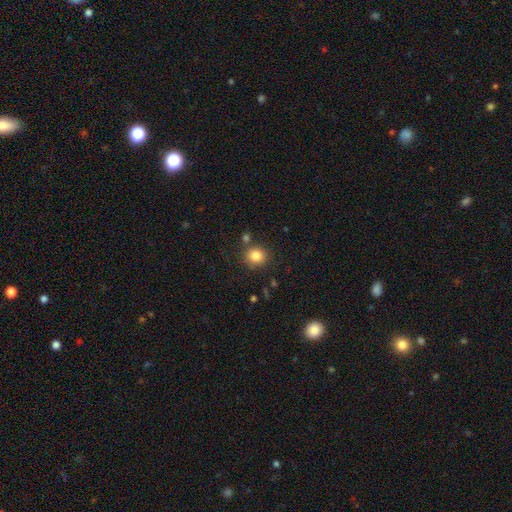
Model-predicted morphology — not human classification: A smooth galaxy with no disk features (83%) that is round (86%). Merging: none (79%).